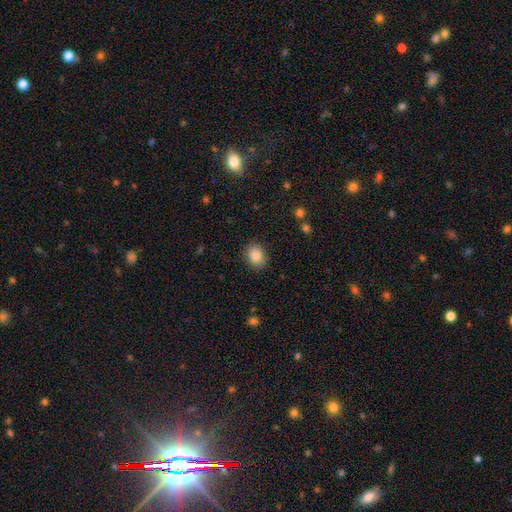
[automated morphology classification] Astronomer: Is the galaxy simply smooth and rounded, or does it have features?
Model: smooth — 83%.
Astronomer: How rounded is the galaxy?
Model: in between — 50% (runner-up: round, 49%).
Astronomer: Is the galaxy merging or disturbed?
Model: none — 89%.